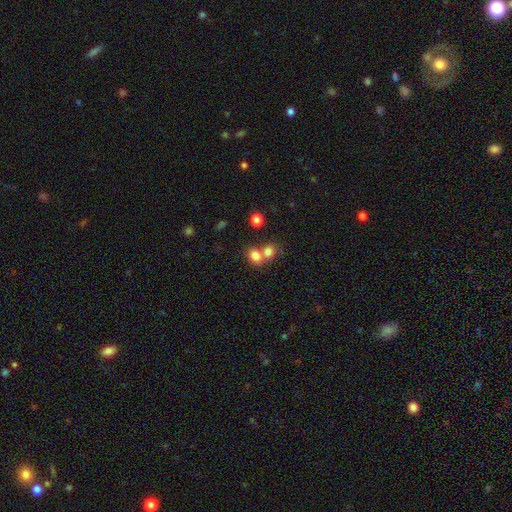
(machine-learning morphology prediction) A smooth galaxy with no disk features (78%) that is round (51%).

Vote fractions:
- Smooth or featured? smooth: 78% / star or artifact: 12% / featured or disk: 10%
- How rounded? round: 51% / in between: 48% / cigar-shaped: 1%
- Merging? merger: 53% / none: 36% / minor disturbance: 7% / major disturbance: 3%